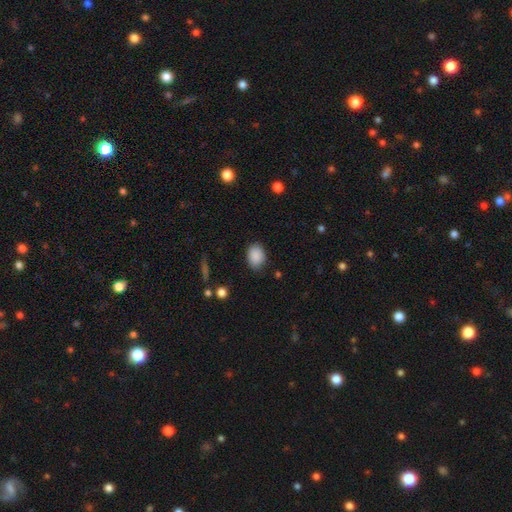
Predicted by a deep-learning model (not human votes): Smooth or featured? smooth (89%)
How rounded? in between (70%)
Merging? none (81%)